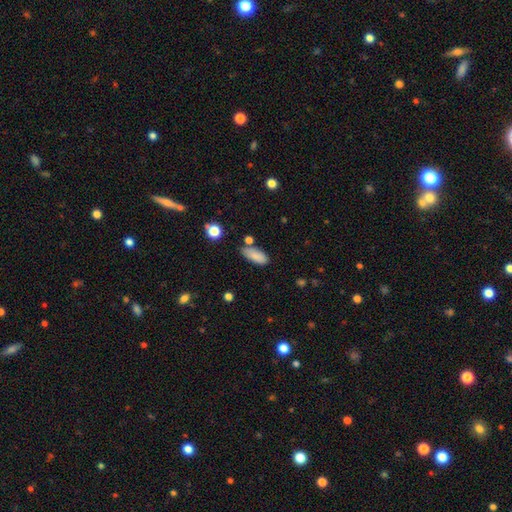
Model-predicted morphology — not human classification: Overall: smooth (85%). How rounded: in between (81%). Merging: none (70%).